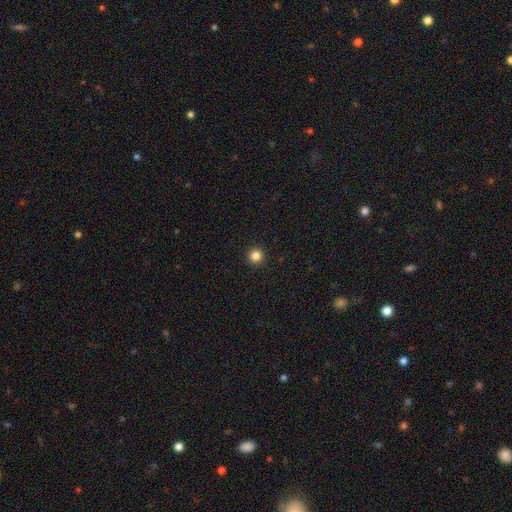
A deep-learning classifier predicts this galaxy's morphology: smooth_or_featured: smooth (p=0.83) [alt: star or artifact p=0.13]
how_rounded: round (p=0.96) [alt: in between p=0.03]
merging: none (p=0.94) [alt: minor disturbance p=0.04]